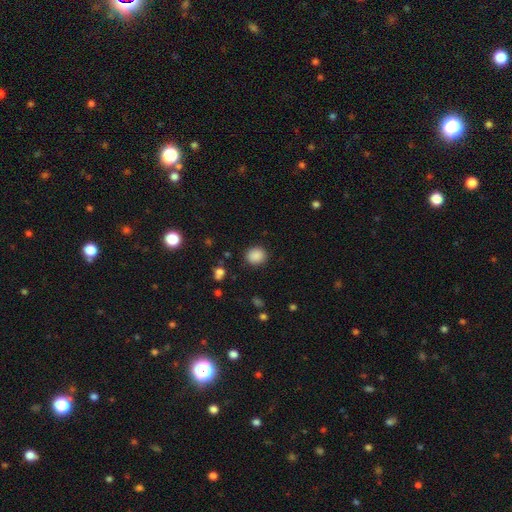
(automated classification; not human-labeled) This appears to be a smooth galaxy with no disk features (87%) that is round (75%). Merging: none (89%).